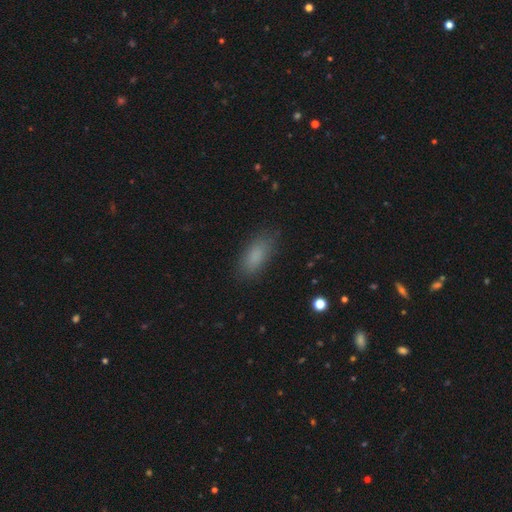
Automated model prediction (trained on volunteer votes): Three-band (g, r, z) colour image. It shows a smooth galaxy with no disk features (85%) that is in between round and cigar-shaped (84%). Merging: none (84%).